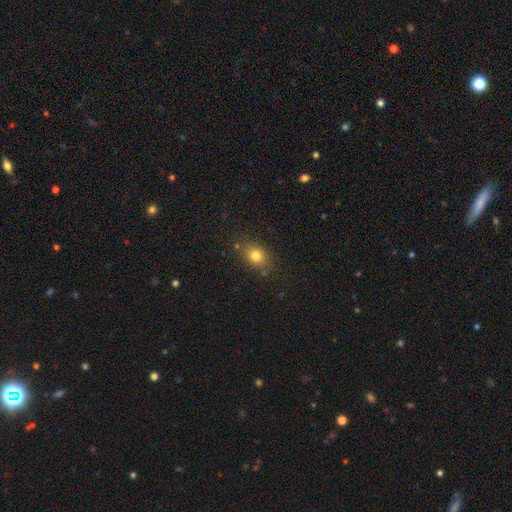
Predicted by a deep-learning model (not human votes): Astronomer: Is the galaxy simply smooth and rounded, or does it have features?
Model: smooth — 79%.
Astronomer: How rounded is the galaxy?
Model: in between — 58% (runner-up: round, 41%).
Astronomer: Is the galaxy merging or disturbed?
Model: none — 79%.